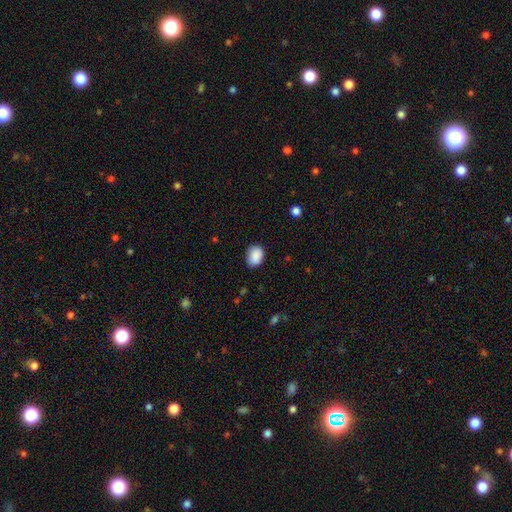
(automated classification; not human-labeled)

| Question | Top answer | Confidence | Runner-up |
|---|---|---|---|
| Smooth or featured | smooth | 89% | star or artifact (7%) |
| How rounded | in between | 63% | round (36%) |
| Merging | none | 80% | minor disturbance (16%) |